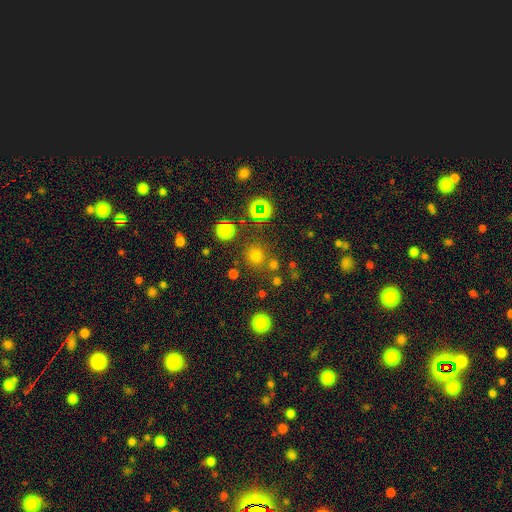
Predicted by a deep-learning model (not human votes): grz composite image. It shows a smooth galaxy with no disk features (67%) that is round (92%). Merging: none (79%).